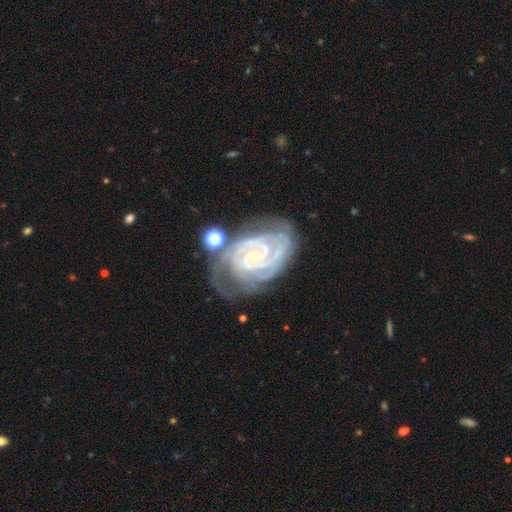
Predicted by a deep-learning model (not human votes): smooth-or-featured: featured or disk: 91% | star or artifact: 5% | smooth: 4%
  disk-edge-on: no: 97% | yes: 3%
    bar: no: 59% | weak: 29% | strong: 11%
    has-spiral-arms: yes: 98% | no: 2%
      spiral-winding: tight: 78% | medium: 19% | loose: 3%
      spiral-arm-count: 2: 31% | 3: 28% | can't tell: 16% | 4: 14% | more than 4: 6% | 1: 5%
    bulge-size: small: 80% | moderate: 17% | none: 2% | large: 1% | dominant: 1%
  merging: none: 58% | minor disturbance: 25% | major disturbance: 11% | merger: 6%